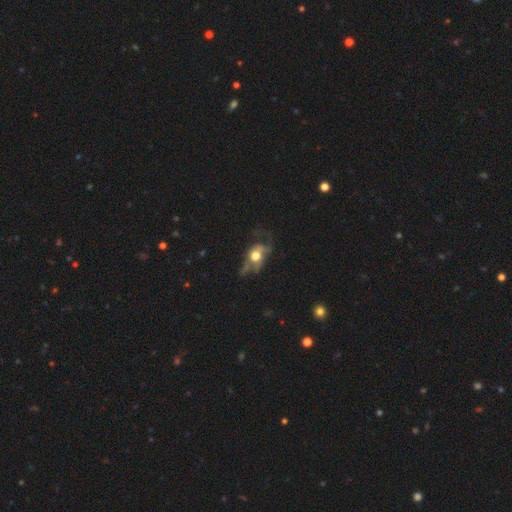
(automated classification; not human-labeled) Smooth or featured? Predicted: featured or disk (p=0.46). Merging? Predicted: major disturbance (p=0.45).